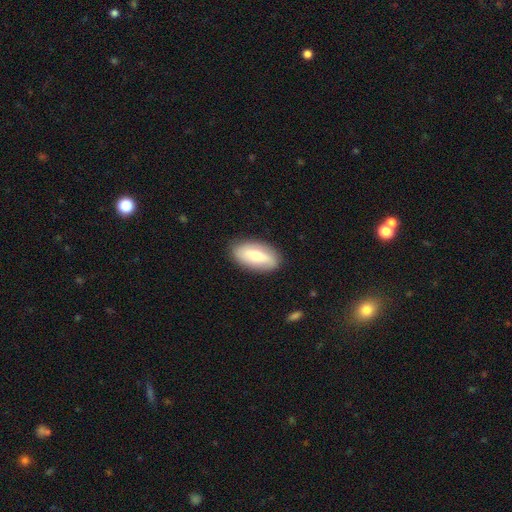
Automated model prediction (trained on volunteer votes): smooth-or-featured: smooth: 62% | featured or disk: 32% | star or artifact: 6%
  how-rounded: in between: 89% | cigar-shaped: 8% | round: 3%
  merging: none: 86% | minor disturbance: 10% | major disturbance: 3% | merger: 1%